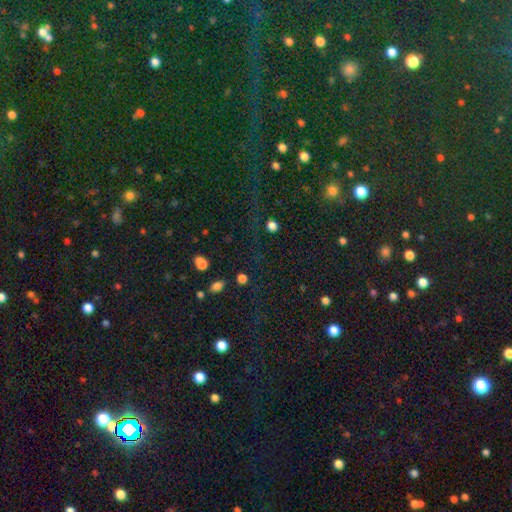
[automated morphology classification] smooth-or-featured: star or artifact: 79% | smooth: 13% | featured or disk: 8%